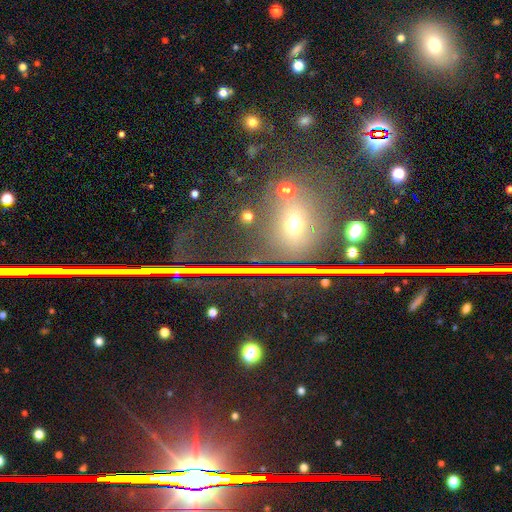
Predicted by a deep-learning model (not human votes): A star or artifact, not a galaxy (58%).